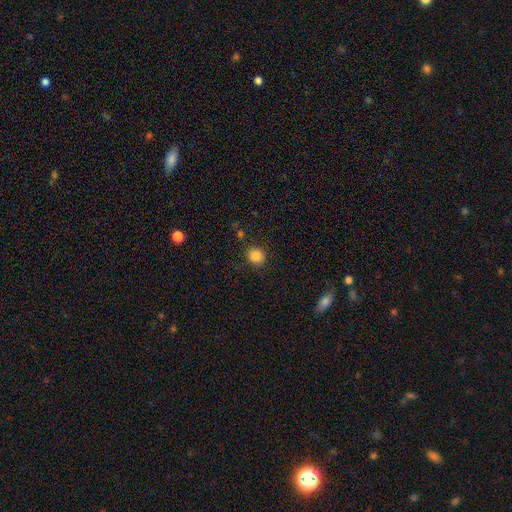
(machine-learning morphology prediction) Smooth or featured: smooth — 86% (star or artifact — 11%)
How rounded: round — 77% (in between — 23%)
Merging: none — 85% (minor disturbance — 10%)